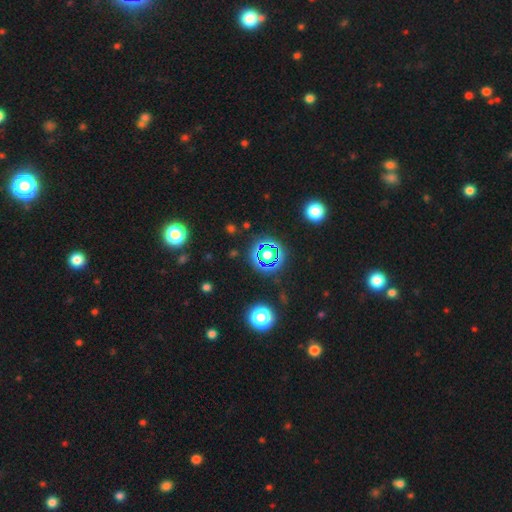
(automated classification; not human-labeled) Smooth or featured? Predicted: star or artifact (p=0.76).